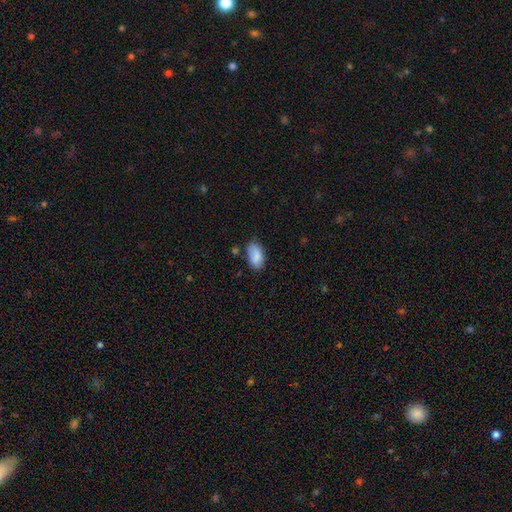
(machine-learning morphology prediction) A smooth galaxy with no disk features (87%) that is in between round and cigar-shaped (94%). Merging: none (72%).